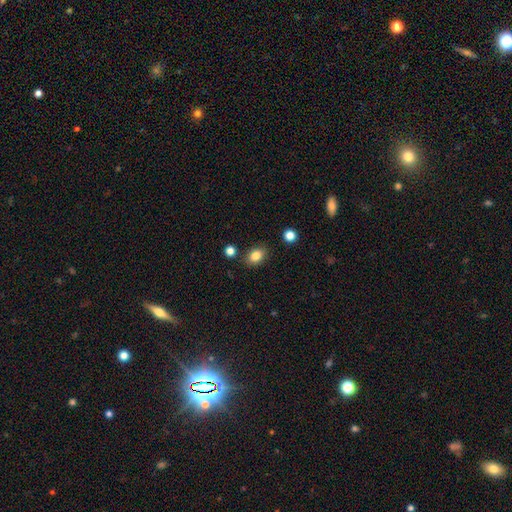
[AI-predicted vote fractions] Smooth or featured?
  - smooth: 83% *
  - star or artifact: 10%
  - featured or disk: 7%
How rounded?
  - in between: 70% *
  - round: 28%
  - cigar-shaped: 1%
Merging?
  - none: 84% *
  - minor disturbance: 10%
  - merger: 3%
  - major disturbance: 2%